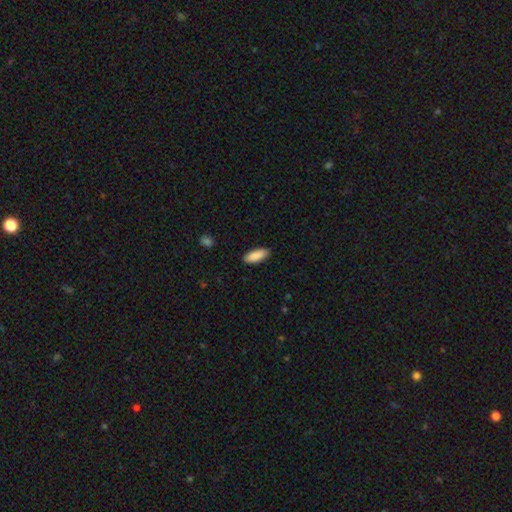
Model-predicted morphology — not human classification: smooth_or_featured: smooth (p=0.90) [alt: star or artifact p=0.06]
how_rounded: in between (p=0.77) [alt: cigar-shaped p=0.22]
merging: none (p=0.88) [alt: minor disturbance p=0.09]